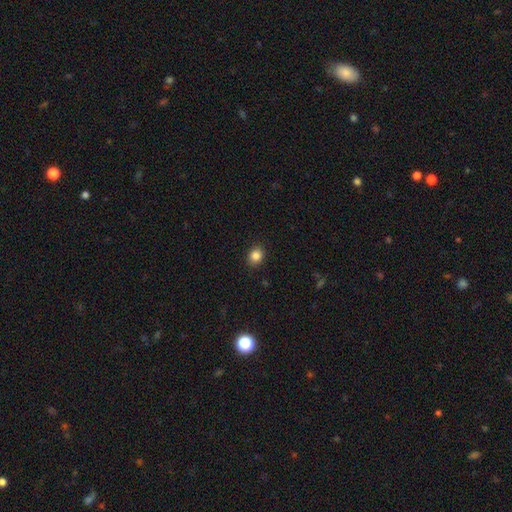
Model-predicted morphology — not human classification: Overall: smooth (85%). How rounded: round (66%; in between 33%). Merging: none (90%).